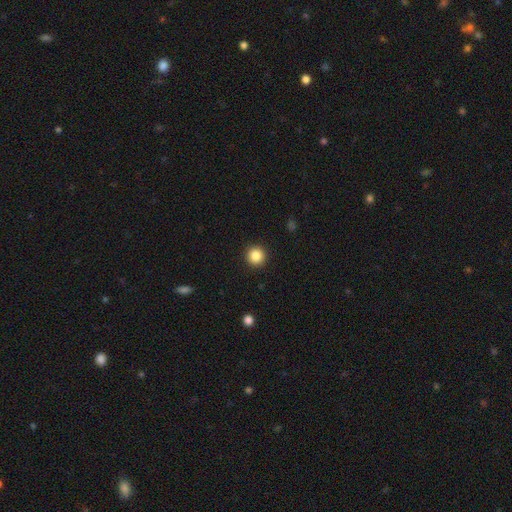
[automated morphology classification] A smooth galaxy with no disk features (86%) that is round (96%). Merging: none (93%).